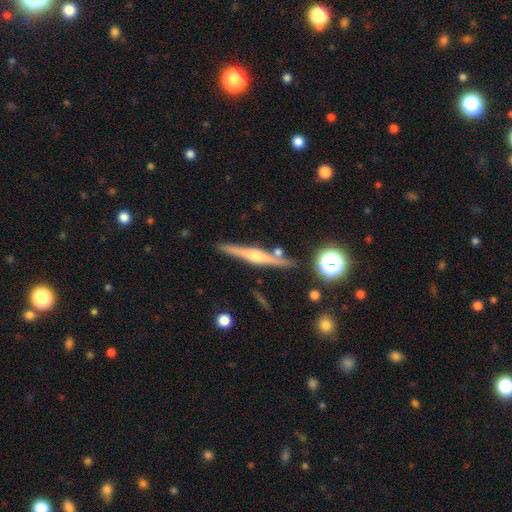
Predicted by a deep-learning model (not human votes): featured or disk 77%, smooth 16%, star or artifact 7%. Down the decision tree: edge-on disk — yes (98%); edge-on bulge — rounded (87%); merging — none (86%).